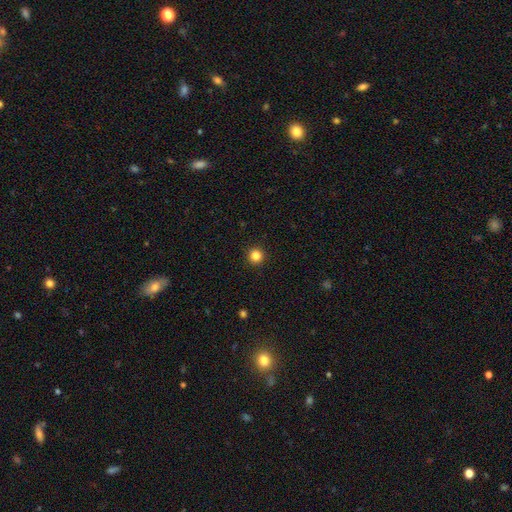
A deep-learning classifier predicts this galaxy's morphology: This is clearly a smooth galaxy (84%). How rounded: clearly round (96%). Merging: clearly none (93%).